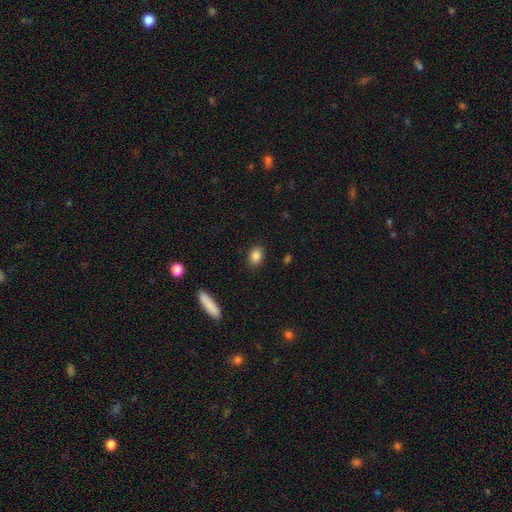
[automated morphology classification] Smooth or featured?
  - smooth: 86% *
  - star or artifact: 9%
  - featured or disk: 5%
How rounded?
  - in between: 72% *
  - round: 26%
  - cigar-shaped: 2%
Merging?
  - none: 88% *
  - minor disturbance: 9%
  - major disturbance: 2%
  - merger: 1%